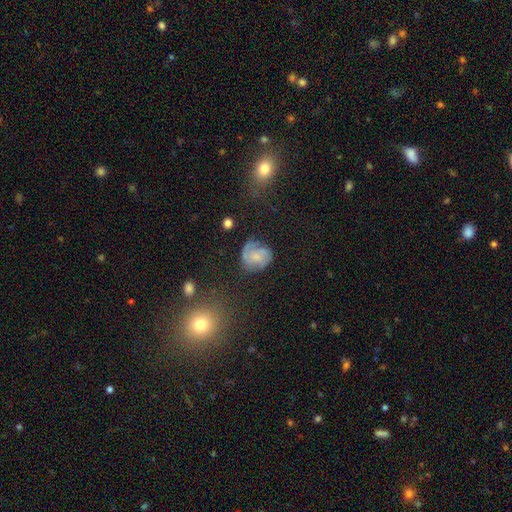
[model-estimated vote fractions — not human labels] featured or disk 57%, smooth 34%, star or artifact 10%. Down the decision tree: edge-on disk — no (98%); bar — no (67%); spiral arms — yes (85%); bulge size — small (42%); merging — none (57%).